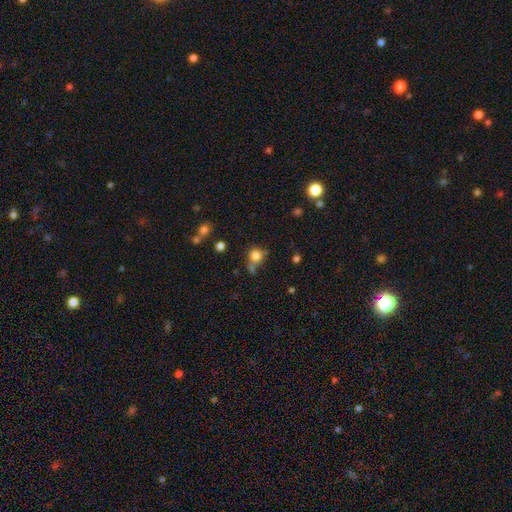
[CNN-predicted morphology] Smooth or featured?
  - smooth: 81% *
  - star or artifact: 12%
  - featured or disk: 7%
How rounded?
  - round: 87% *
  - in between: 12%
  - cigar-shaped: 1%
Merging?
  - none: 57% *
  - merger: 20%
  - minor disturbance: 16%
  - major disturbance: 7%